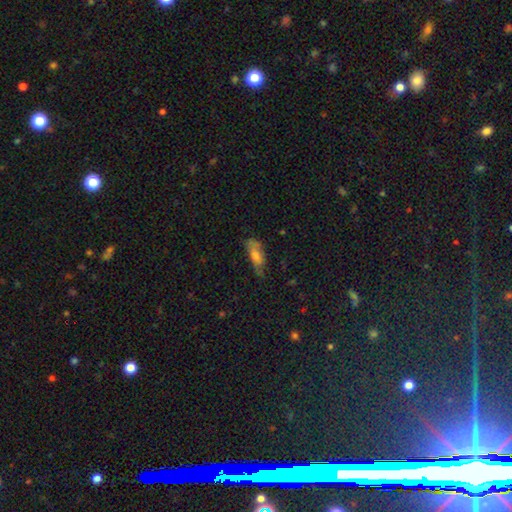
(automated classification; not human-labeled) This is likely a smooth galaxy (61%). How rounded: likely in between (71%). Merging: possibly none (48%).